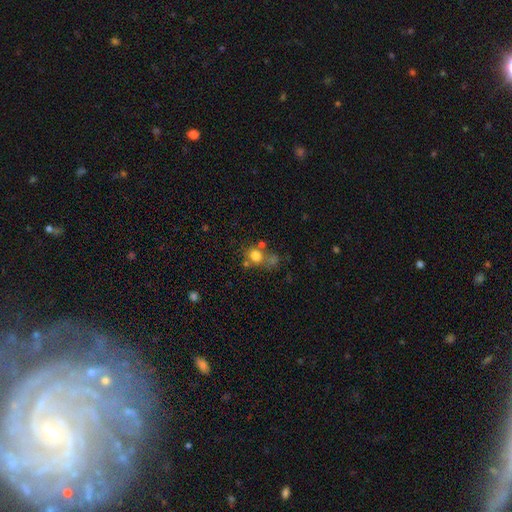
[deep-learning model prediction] This is likely a smooth galaxy (74%). How rounded: likely round (78%). Merging: possibly none (49%).